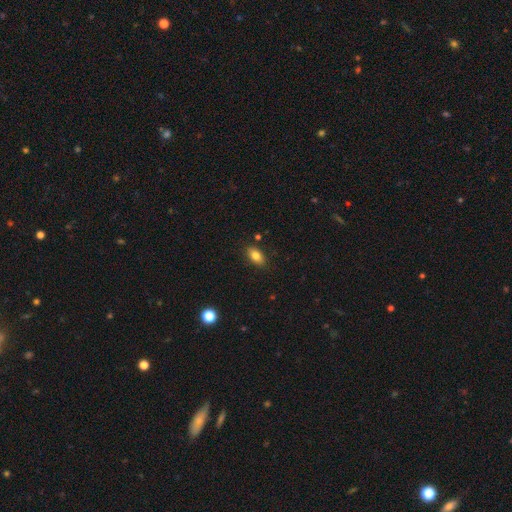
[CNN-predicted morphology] Smooth or featured?
  - smooth: 82% *
  - featured or disk: 9%
  - star or artifact: 9%
How rounded?
  - in between: 89% *
  - round: 8%
  - cigar-shaped: 3%
Merging?
  - none: 86% *
  - minor disturbance: 10%
  - major disturbance: 2%
  - merger: 2%